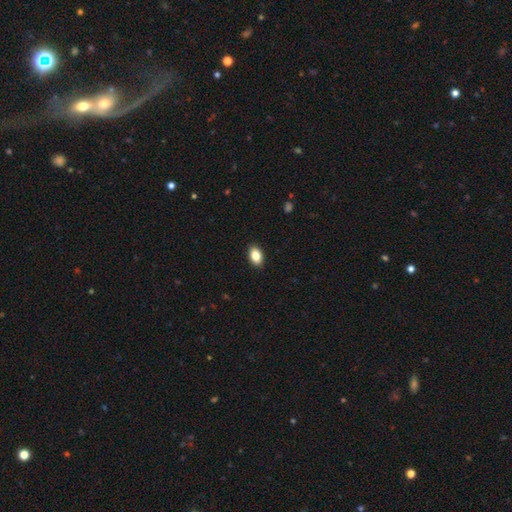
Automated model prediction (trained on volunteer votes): This appears to be a smooth galaxy with no disk features (85%) that is in between round and cigar-shaped (90%). Merging: none (90%).